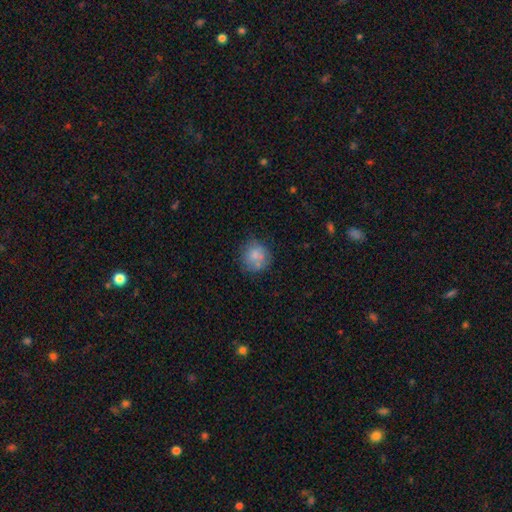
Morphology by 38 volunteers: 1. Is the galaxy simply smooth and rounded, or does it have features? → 71% smooth, 26% featured or disk, 3% star or artifact.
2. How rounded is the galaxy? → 93% round, 7% in between, 0% cigar-shaped.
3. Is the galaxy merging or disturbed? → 62% none, 16% minor disturbance, 16% major disturbance, 5% merger.